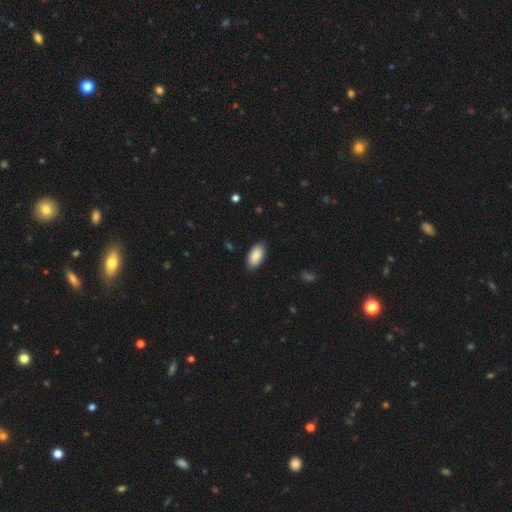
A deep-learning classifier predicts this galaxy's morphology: Q: Smooth or featured?
A: smooth (89%); runner-up: star or artifact (6%)
Q: How rounded?
A: in between (95%); runner-up: cigar-shaped (3%)
Q: Merging?
A: none (86%); runner-up: minor disturbance (11%)